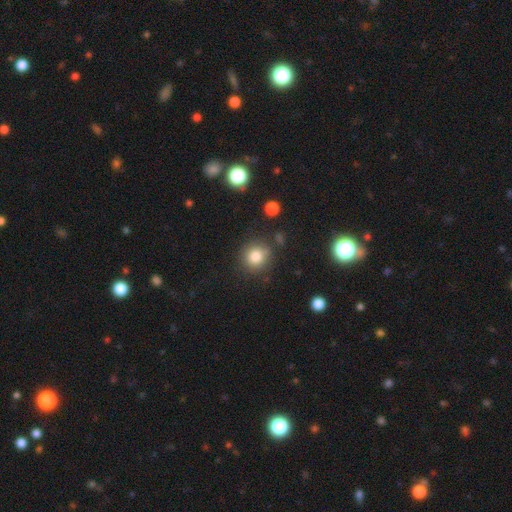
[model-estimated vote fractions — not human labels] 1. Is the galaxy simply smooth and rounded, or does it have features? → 82% smooth, 11% star or artifact, 7% featured or disk.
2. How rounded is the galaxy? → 88% round, 11% in between, 1% cigar-shaped.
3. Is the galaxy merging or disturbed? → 80% none, 12% minor disturbance, 5% merger, 4% major disturbance.